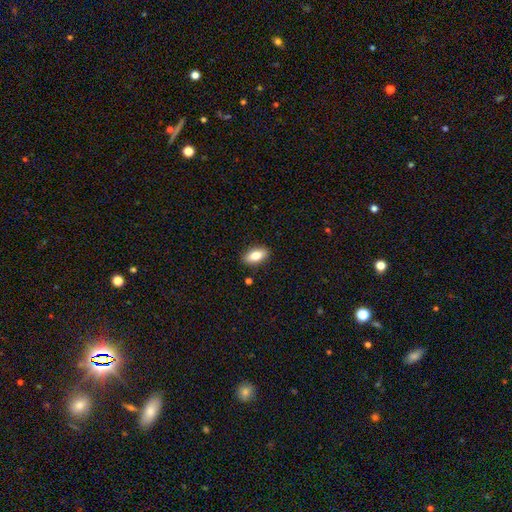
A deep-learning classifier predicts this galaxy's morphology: Overall: smooth (78%). How rounded: in between (88%). Merging: none (88%).